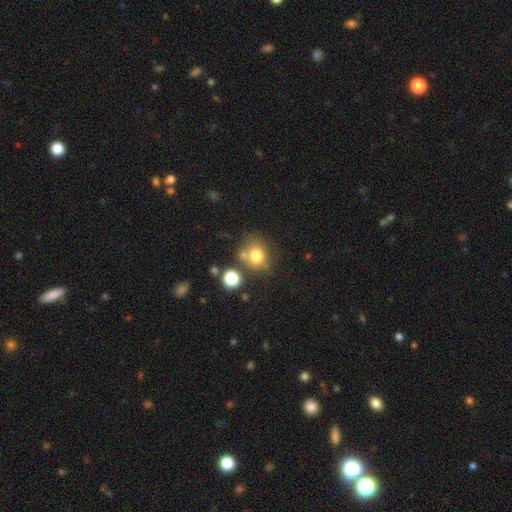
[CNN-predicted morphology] Smooth or featured? smooth (76%)
How rounded? round (76%)
Merging? none (60%)